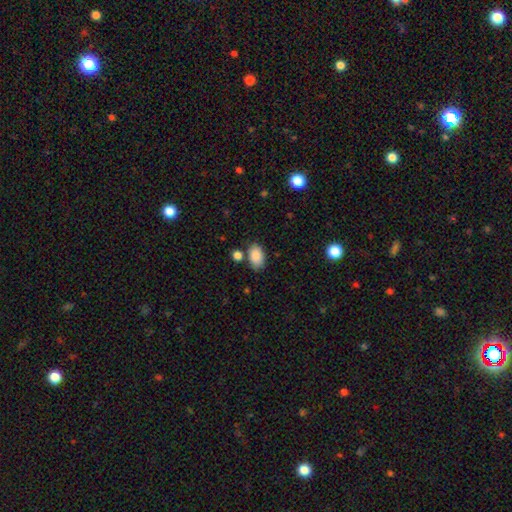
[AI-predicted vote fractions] Smooth or featured? smooth (88%)
How rounded? in between (91%)
Merging? none (72%)